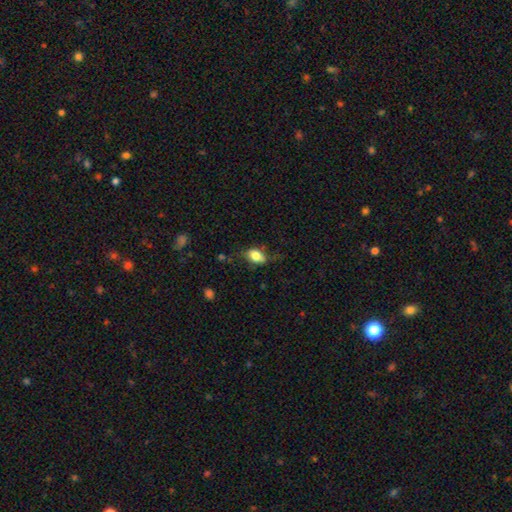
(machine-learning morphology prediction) The model was most divided on "merging": none: 62%, minor disturbance: 27%, major disturbance: 9%, merger: 2%. More confident: how rounded — in between (84%); smooth or featured — smooth (80%).